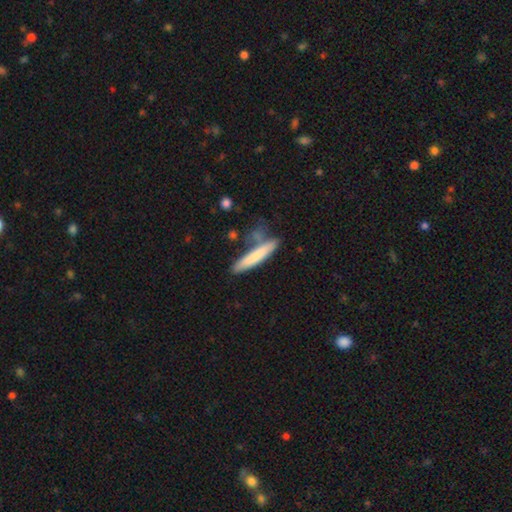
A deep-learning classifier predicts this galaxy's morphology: Smooth or featured? smooth (75%)
How rounded? cigar-shaped (91%)
Merging? none (70%)